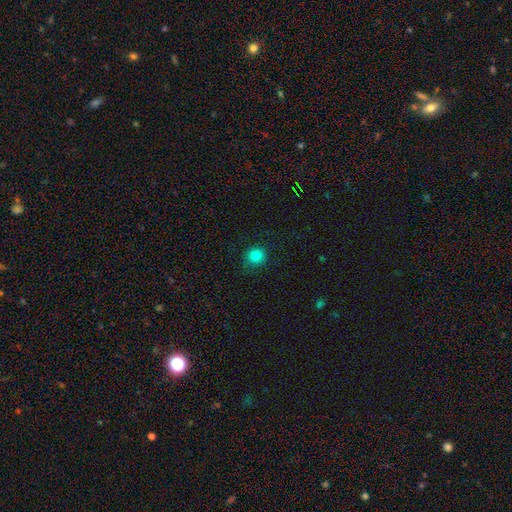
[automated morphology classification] Smooth or featured?
  - smooth: 83% *
  - star or artifact: 12%
  - featured or disk: 4%
How rounded?
  - round: 90% *
  - in between: 9%
  - cigar-shaped: 1%
Merging?
  - none: 87% *
  - minor disturbance: 9%
  - major disturbance: 3%
  - merger: 1%